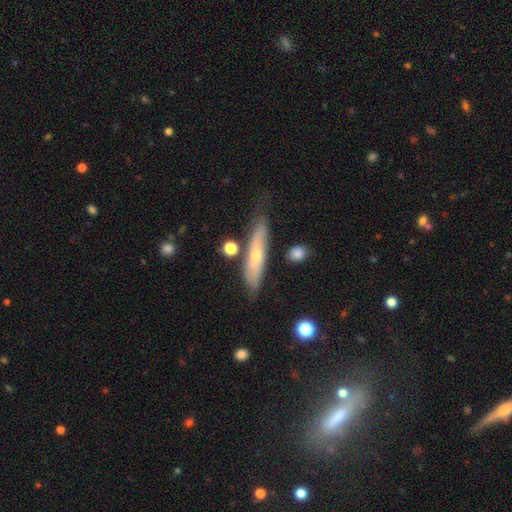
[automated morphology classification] type=featured or disk (49%); merging=none (72%).